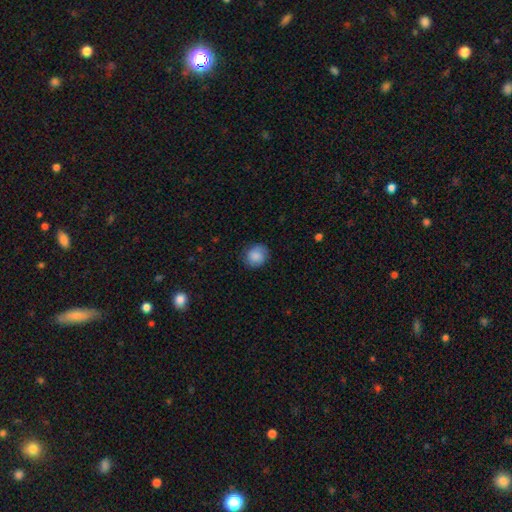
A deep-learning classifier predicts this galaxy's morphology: smooth-or-featured: smooth: 75% | featured or disk: 17% | star or artifact: 8%
  how-rounded: round: 78% | in between: 21% | cigar-shaped: 1%
  merging: none: 79% | minor disturbance: 15% | major disturbance: 4% | merger: 1%